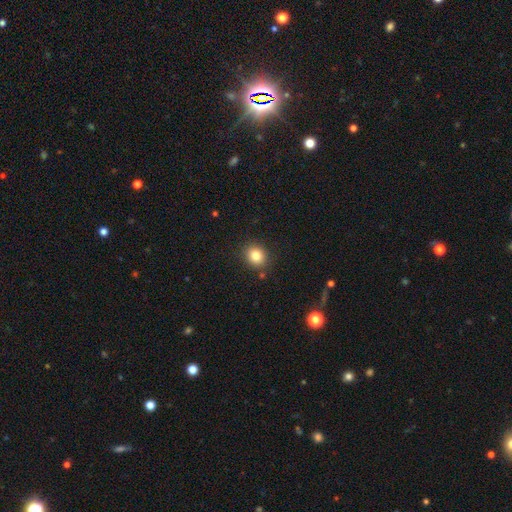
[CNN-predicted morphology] The model was most divided on "how rounded": round: 69%, in between: 30%, cigar-shaped: 1%. More confident: merging — none (85%); smooth or featured — smooth (82%).